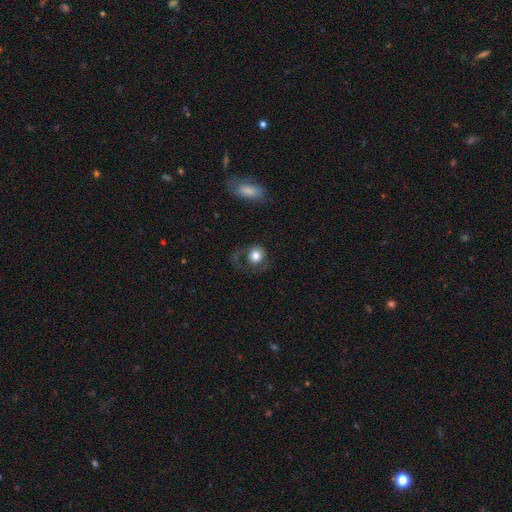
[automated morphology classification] type=smooth (72%); roundness=round (78%); merging=none (44%).